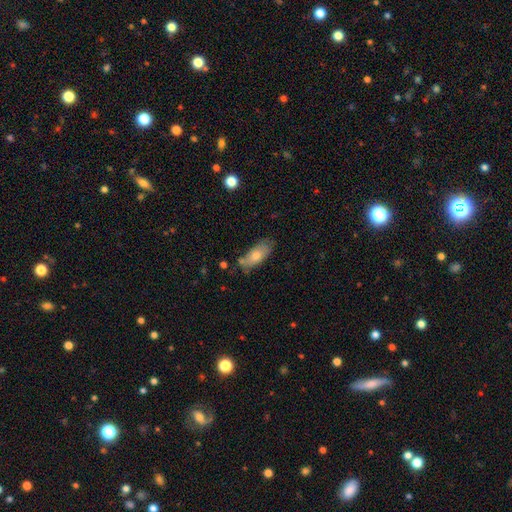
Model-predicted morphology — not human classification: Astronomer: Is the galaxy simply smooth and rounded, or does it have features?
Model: smooth — 68%.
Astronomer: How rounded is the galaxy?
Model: in between — 77%.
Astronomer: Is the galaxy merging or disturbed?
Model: none — 68%.